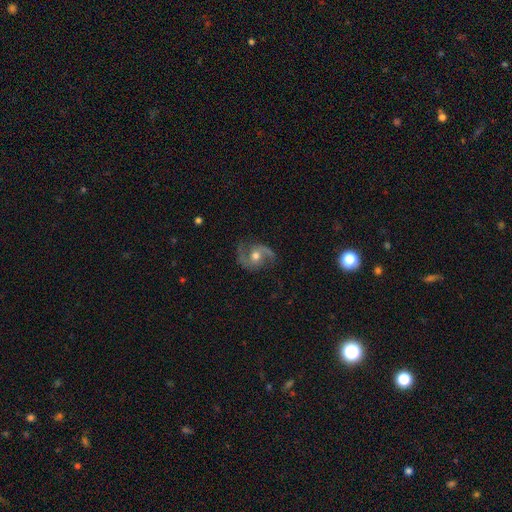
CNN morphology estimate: smooth-or-featured: featured or disk: 86% | smooth: 7% | star or artifact: 6%
  disk-edge-on: no: 97% | yes: 3%
    bar: no: 63% | weak: 29% | strong: 8%
    has-spiral-arms: yes: 96% | no: 4%
      spiral-winding: medium: 51% | loose: 38% | tight: 12%
      spiral-arm-count: 2: 92% | can't tell: 3% | 1: 2% | 3: 1% | 4: 1% | more than 4: 1%
    bulge-size: moderate: 73% | small: 14% | large: 10% | none: 1% | dominant: 1%
  merging: none: 76% | minor disturbance: 15% | major disturbance: 8% | merger: 1%